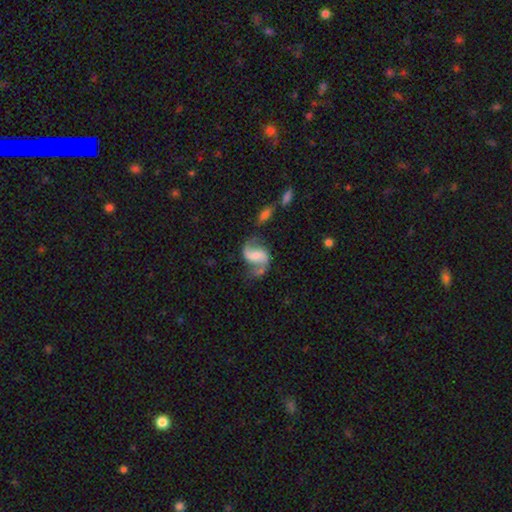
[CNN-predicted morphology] A featured or disk galaxy (84%) with a weak bar (41%), 2 (92%) loose (60%) spiral arms (96%) and no central bulge (33%). Merging: none (57%).